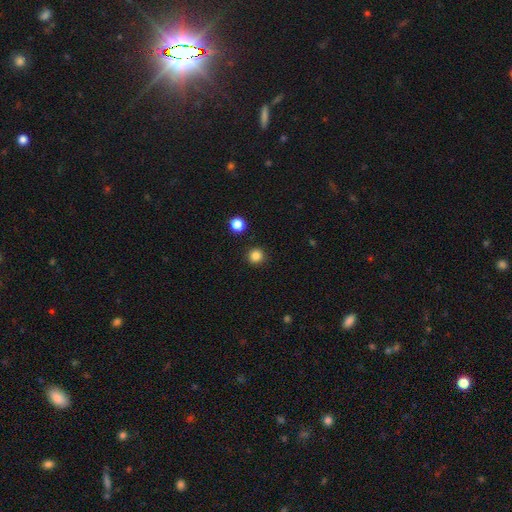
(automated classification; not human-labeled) Smooth or featured: smooth — 85% (star or artifact — 12%)
How rounded: round — 94% (in between — 5%)
Merging: none — 91% (minor disturbance — 5%)